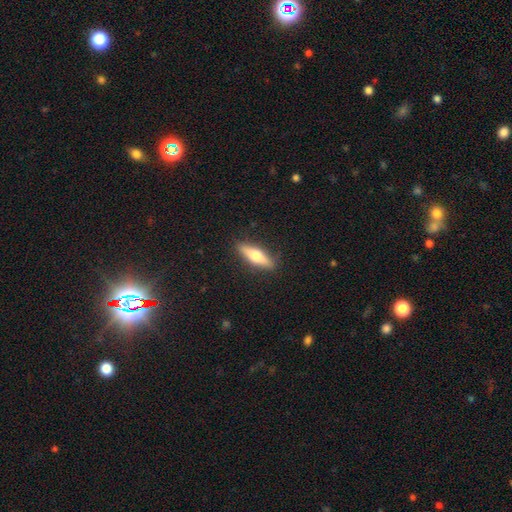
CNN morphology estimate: Smooth or featured: smooth — 55% (featured or disk — 39%)
How rounded: cigar-shaped — 62% (in between — 35%)
Merging: none — 88% (minor disturbance — 9%)